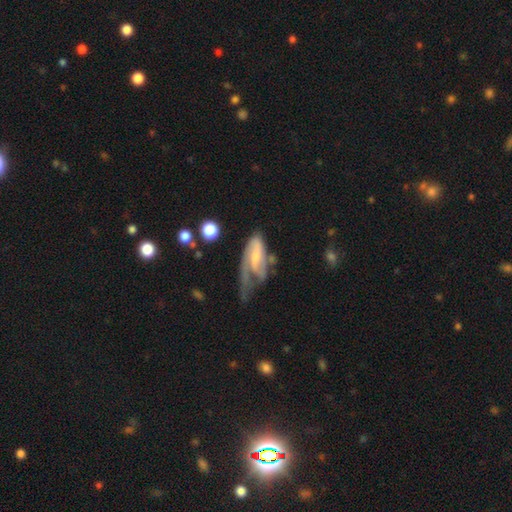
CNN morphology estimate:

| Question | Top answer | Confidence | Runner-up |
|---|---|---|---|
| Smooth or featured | featured or disk | 65% | smooth (28%) |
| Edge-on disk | no | 91% | yes (9%) |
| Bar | no | 45% | weak (39%) |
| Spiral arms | yes | 79% | no (21%) |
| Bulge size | small | 47% | moderate (36%) |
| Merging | major disturbance | 49% | minor disturbance (23%) |